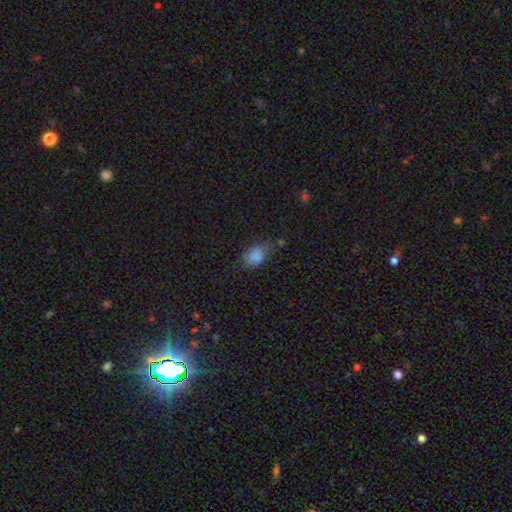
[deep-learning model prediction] Smooth or featured?
  - smooth: 84% *
  - star or artifact: 11%
  - featured or disk: 5%
How rounded?
  - in between: 78% *
  - round: 20%
  - cigar-shaped: 2%
Merging?
  - none: 60% *
  - minor disturbance: 28%
  - major disturbance: 9%
  - merger: 3%